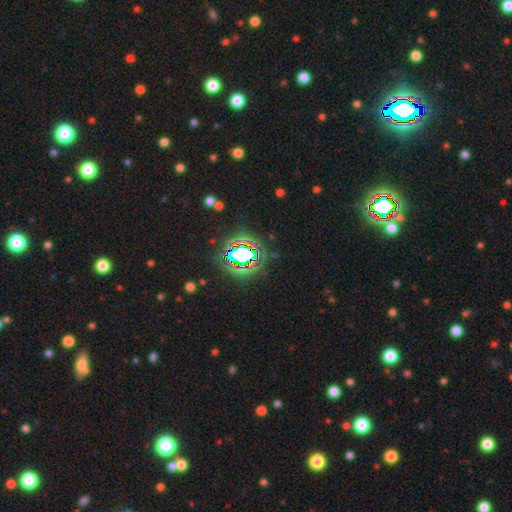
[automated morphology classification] A star or artifact, not a galaxy (70%).